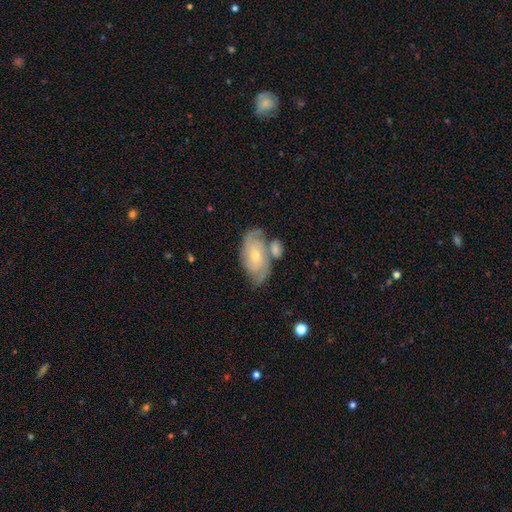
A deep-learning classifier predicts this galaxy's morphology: This appears to be a featured or disk galaxy (64%) with no bar (70%), 2 (55%) tight (44%) spiral arms (85%) and a small central bulge (63%). Merging: none (48%).